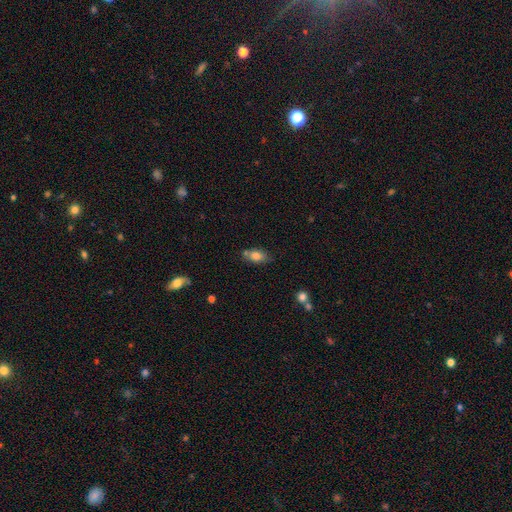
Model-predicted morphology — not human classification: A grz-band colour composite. It shows a smooth galaxy with no disk features (79%) that is in between round and cigar-shaped (84%). Merging: none (63%).